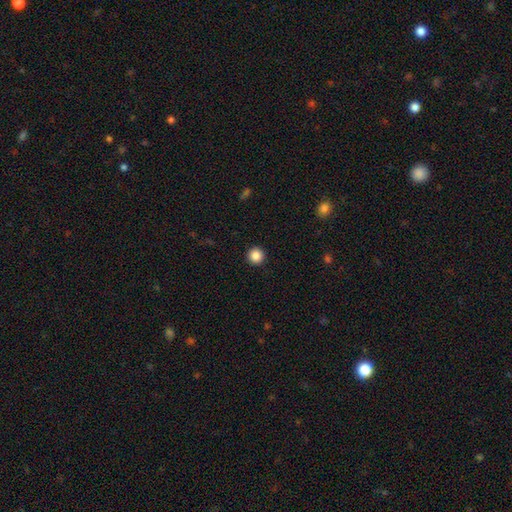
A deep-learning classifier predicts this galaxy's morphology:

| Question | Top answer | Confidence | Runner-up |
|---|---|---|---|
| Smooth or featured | smooth | 87% | star or artifact (10%) |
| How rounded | round | 96% | in between (3%) |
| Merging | none | 93% | minor disturbance (4%) |